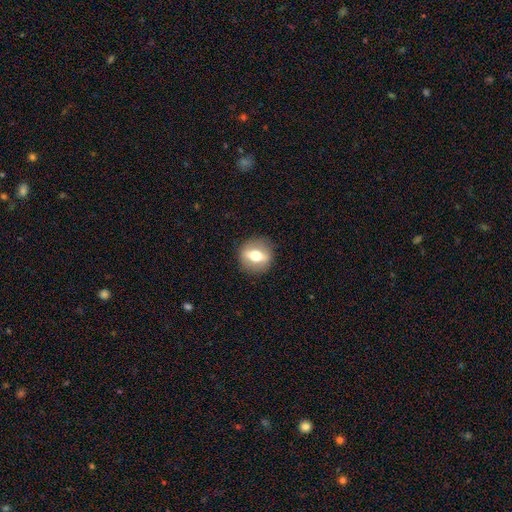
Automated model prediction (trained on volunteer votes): A featured or disk galaxy (49%).

Vote fractions:
- Smooth or featured? featured or disk: 49% / smooth: 43% / star or artifact: 9%
- Merging? none: 88% / minor disturbance: 8% / major disturbance: 3% / merger: 1%